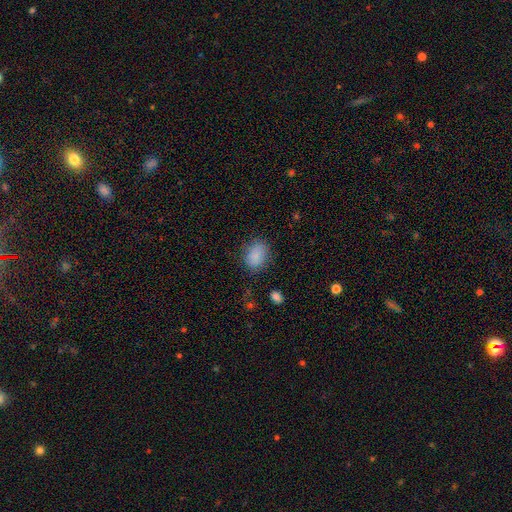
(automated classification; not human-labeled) This is clearly a smooth galaxy (87%). How rounded: likely in between (71%). Merging: likely none (79%).